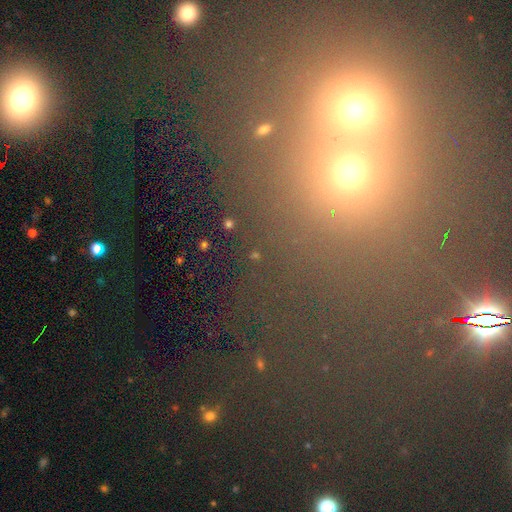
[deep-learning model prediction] Smooth or featured: star or artifact — 64% (smooth — 24%)